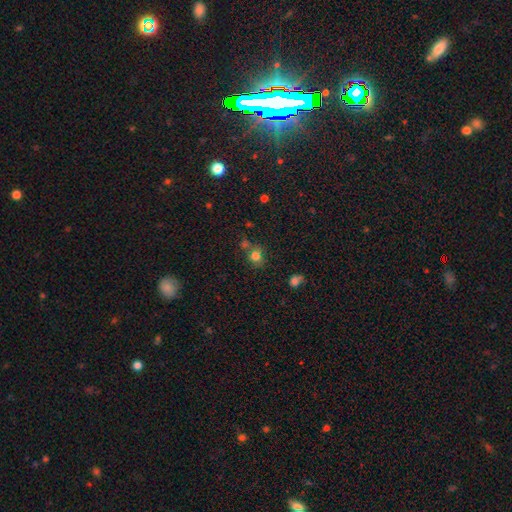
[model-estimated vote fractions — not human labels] smooth_or_featured: smooth (p=0.74) [alt: star or artifact p=0.17]
how_rounded: round (p=0.74) [alt: in between p=0.25]
merging: none (p=0.58) [alt: merger p=0.22]